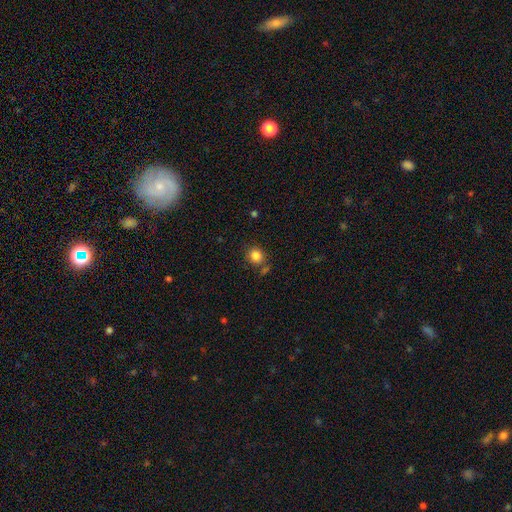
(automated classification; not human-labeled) Overall: smooth (85%). How rounded: round (86%). Merging: none (75%).